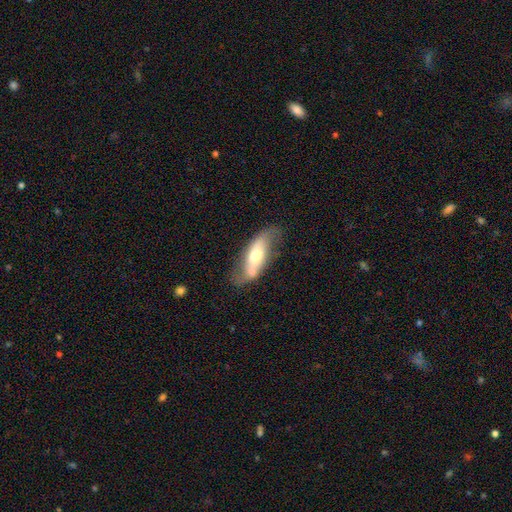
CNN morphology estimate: This is possibly a featured or disk galaxy (57%). It is clearly not viewed edge-on (80%). Merging: possibly none (51%).